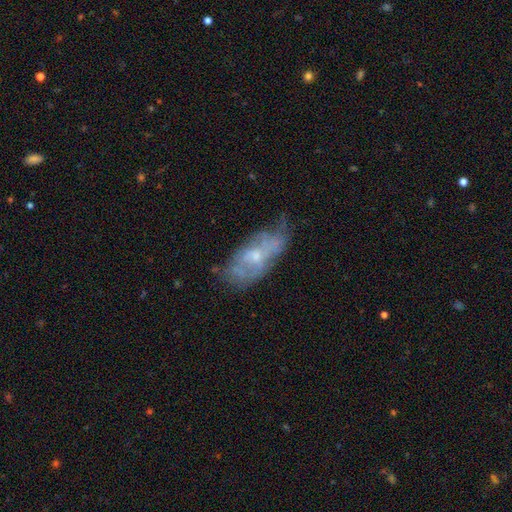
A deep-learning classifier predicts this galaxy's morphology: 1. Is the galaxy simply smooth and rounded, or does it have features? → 58% featured or disk, 33% smooth, 9% star or artifact.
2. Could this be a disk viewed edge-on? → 89% no, 11% yes.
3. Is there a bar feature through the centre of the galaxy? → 77% no, 20% weak, 3% strong.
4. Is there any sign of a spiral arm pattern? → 61% no, 39% yes.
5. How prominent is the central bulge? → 54% small, 37% moderate, 7% none, 2% large, 1% dominant.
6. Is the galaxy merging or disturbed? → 47% none, 31% minor disturbance, 17% major disturbance, 4% merger.